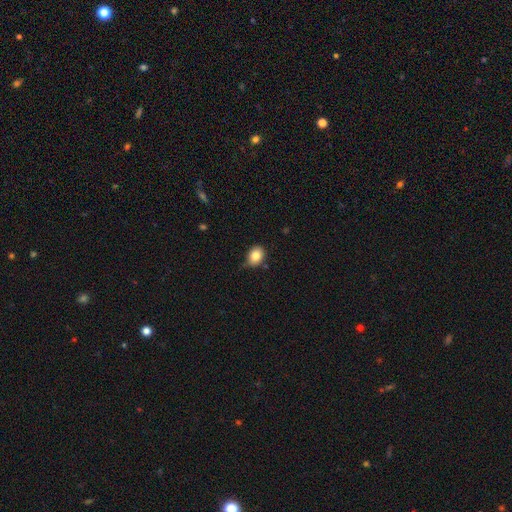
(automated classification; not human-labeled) The model was most divided on "how rounded": in between: 56%, round: 42%, cigar-shaped: 1%. More confident: smooth or featured — smooth (83%); merging — none (72%).